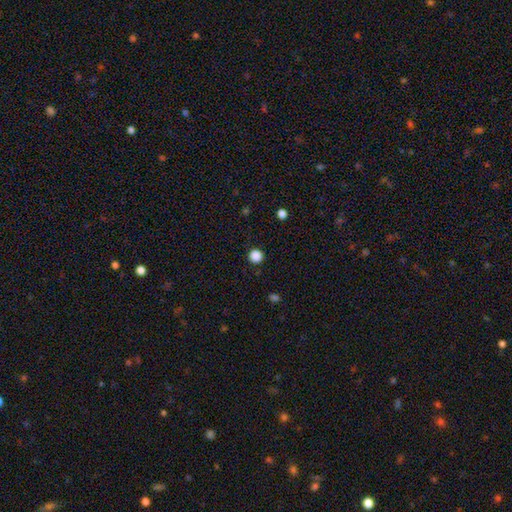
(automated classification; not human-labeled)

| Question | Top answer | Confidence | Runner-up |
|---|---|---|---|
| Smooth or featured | smooth | 86% | star or artifact (11%) |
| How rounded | round | 95% | in between (4%) |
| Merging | none | 92% | minor disturbance (5%) |